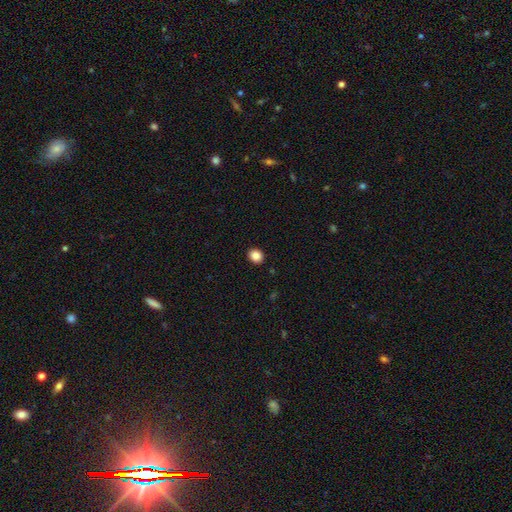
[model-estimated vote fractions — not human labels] Overall: smooth (86%). How rounded: round (72%). Merging: none (92%).